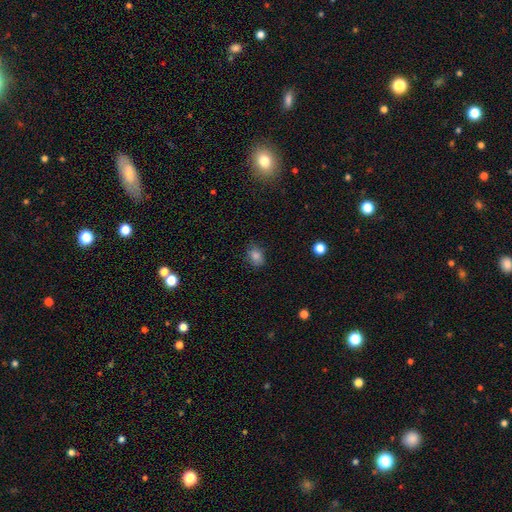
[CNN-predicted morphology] Smooth or featured: smooth — 81% (star or artifact — 12%)
How rounded: in between — 60% (round — 39%)
Merging: none — 78% (minor disturbance — 17%)